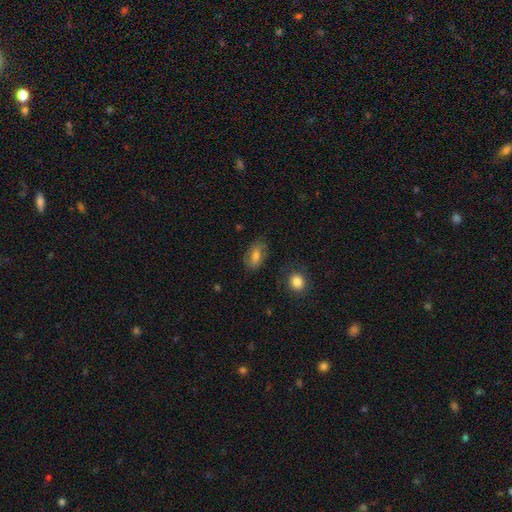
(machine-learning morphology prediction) Smooth or featured? Predicted: smooth (p=0.64). How rounded? Predicted: in between (p=0.84). Merging? Predicted: none (p=0.75).